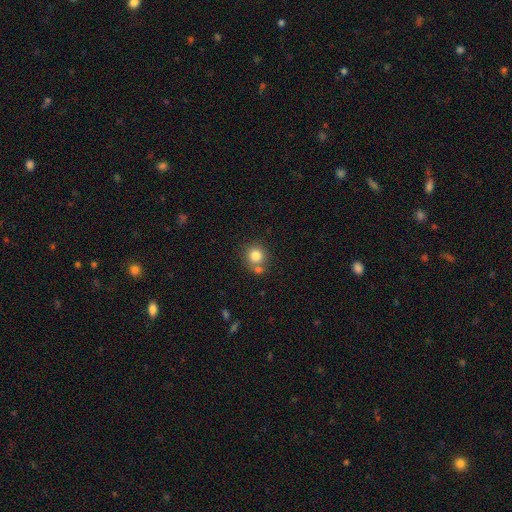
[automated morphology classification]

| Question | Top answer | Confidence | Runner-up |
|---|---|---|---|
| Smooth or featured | smooth | 80% | star or artifact (11%) |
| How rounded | round | 90% | in between (10%) |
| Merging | none | 62% | merger (25%) |